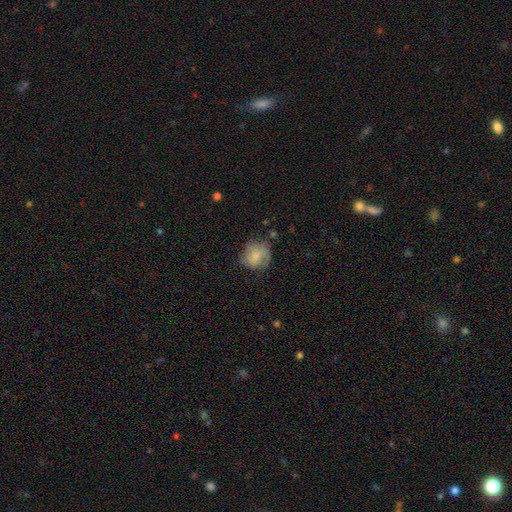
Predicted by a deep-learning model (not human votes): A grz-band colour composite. It shows a smooth galaxy with no disk features (65%) that is round (75%). Merging: none (57%).